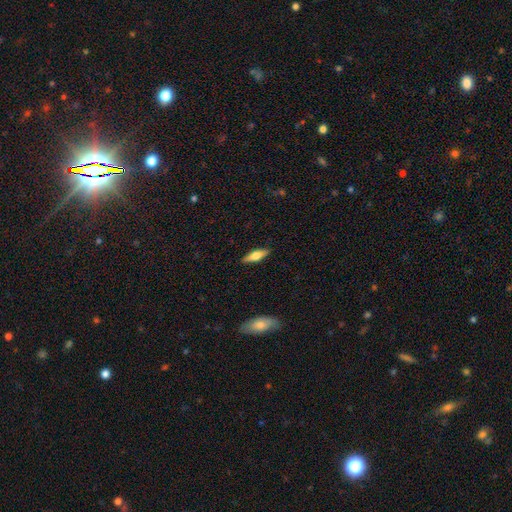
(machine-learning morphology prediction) A smooth galaxy with no disk features (49%).

Vote fractions:
- Smooth or featured? smooth: 49% / featured or disk: 45% / star or artifact: 6%
- Merging? none: 89% / minor disturbance: 8% / major disturbance: 2% / merger: 1%